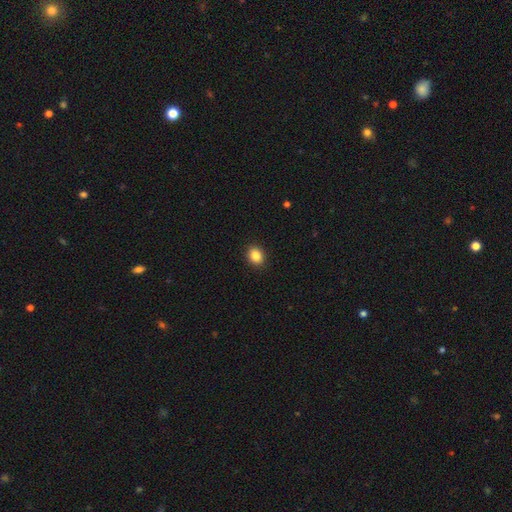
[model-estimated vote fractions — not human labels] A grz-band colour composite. It shows a smooth galaxy with no disk features (86%) that is round (59%). Merging: none (92%).